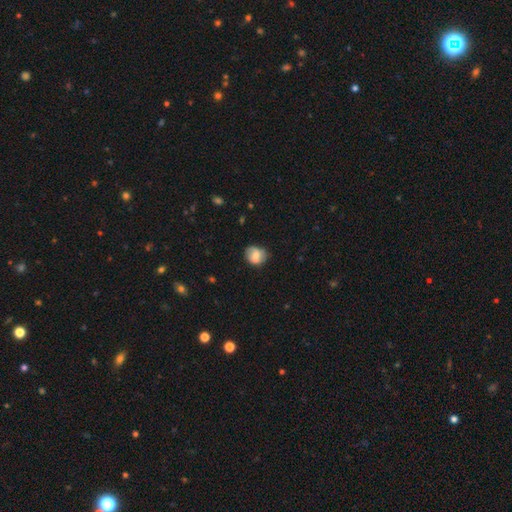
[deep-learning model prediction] A smooth galaxy with no disk features (68%) that is round (71%).

Vote fractions:
- Smooth or featured? smooth: 68% / featured or disk: 23% / star or artifact: 8%
- How rounded? round: 71% / in between: 28% / cigar-shaped: 1%
- Merging? none: 70% / minor disturbance: 23% / major disturbance: 5% / merger: 2%